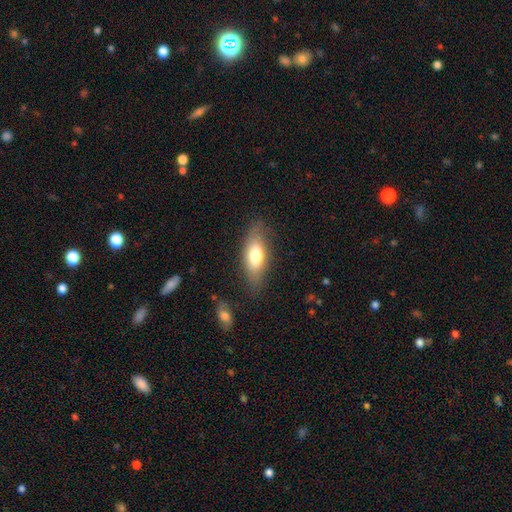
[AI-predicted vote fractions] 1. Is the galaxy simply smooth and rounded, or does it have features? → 70% smooth, 23% featured or disk, 7% star or artifact.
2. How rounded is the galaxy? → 75% in between, 22% cigar-shaped, 3% round.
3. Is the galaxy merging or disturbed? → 74% none, 19% minor disturbance, 5% major disturbance, 2% merger.